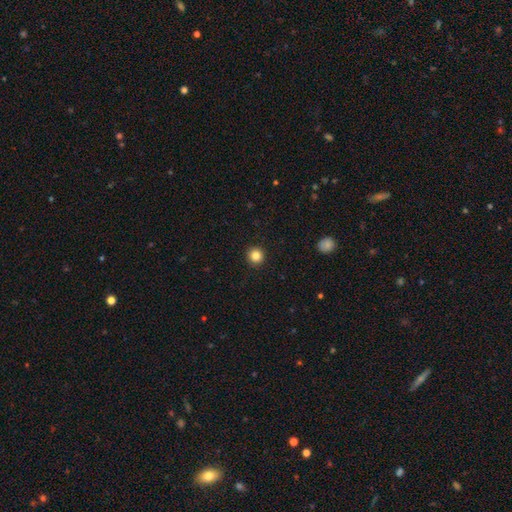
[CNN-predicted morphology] A smooth galaxy with no disk features (84%) that is round (96%).

Vote fractions:
- Smooth or featured? smooth: 84% / star or artifact: 11% / featured or disk: 5%
- How rounded? round: 96% / in between: 4% / cigar-shaped: 1%
- Merging? none: 93% / minor disturbance: 4% / major disturbance: 1% / merger: 1%